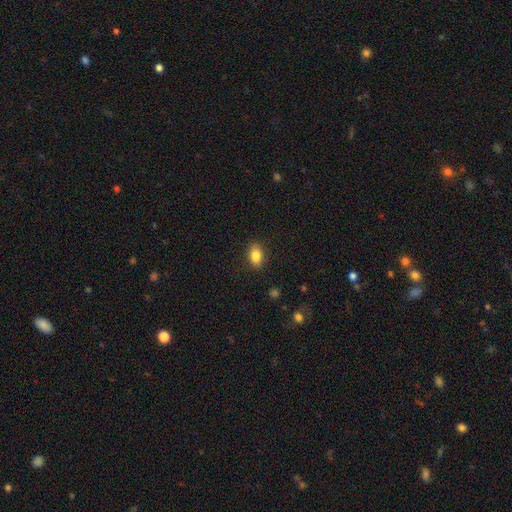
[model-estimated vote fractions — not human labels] A smooth galaxy with no disk features (84%) that is in between round and cigar-shaped (84%). Merging: none (87%).